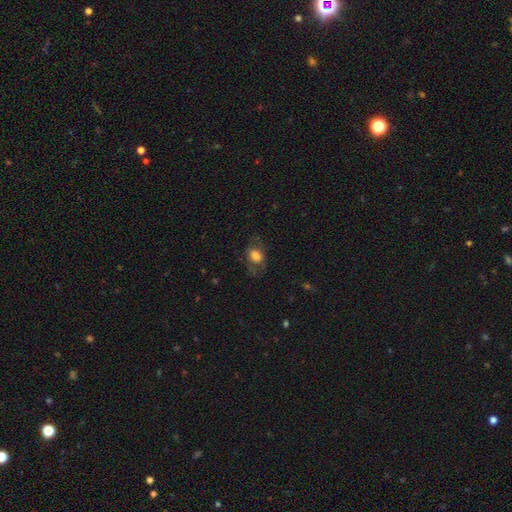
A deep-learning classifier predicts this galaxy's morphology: A smooth galaxy with no disk features (65%) that is in between round and cigar-shaped (75%).

Vote fractions:
- Smooth or featured? smooth: 65% / featured or disk: 25% / star or artifact: 9%
- How rounded? in between: 75% / round: 23% / cigar-shaped: 2%
- Merging? none: 65% / minor disturbance: 19% / major disturbance: 14% / merger: 1%